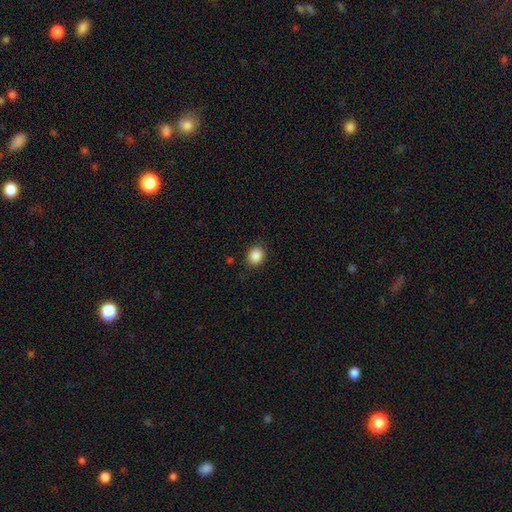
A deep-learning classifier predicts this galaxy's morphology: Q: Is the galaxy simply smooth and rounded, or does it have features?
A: smooth — 88%.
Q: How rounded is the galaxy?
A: round — 58%.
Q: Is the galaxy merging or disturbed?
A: none — 86%.